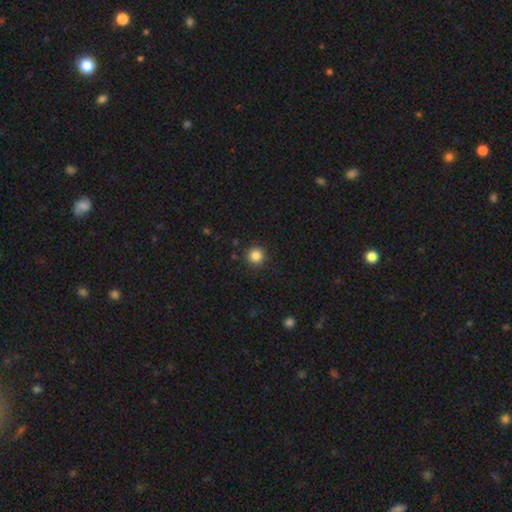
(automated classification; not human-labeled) Smooth or featured? Predicted: smooth (p=0.85). How rounded? Predicted: round (p=0.95). Merging? Predicted: none (p=0.90).